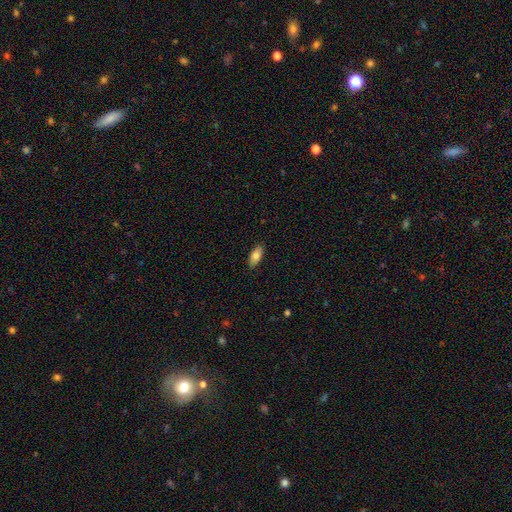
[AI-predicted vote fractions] Smooth or featured? smooth (80%)
How rounded? in between (82%)
Merging? none (89%)